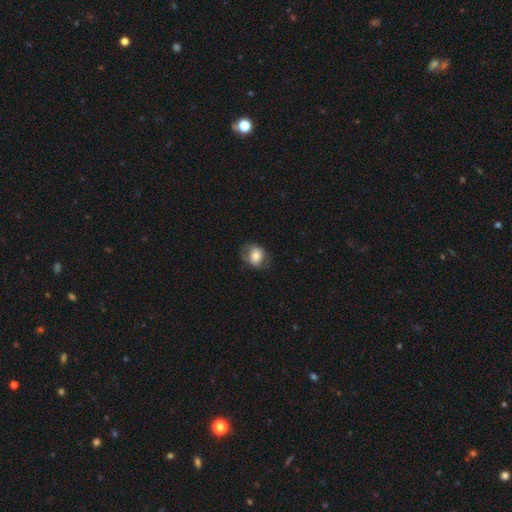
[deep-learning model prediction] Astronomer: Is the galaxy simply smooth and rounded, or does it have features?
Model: smooth — 68%.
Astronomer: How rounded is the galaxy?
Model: in between — 55% (runner-up: round, 44%).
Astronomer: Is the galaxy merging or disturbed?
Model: none — 70%.